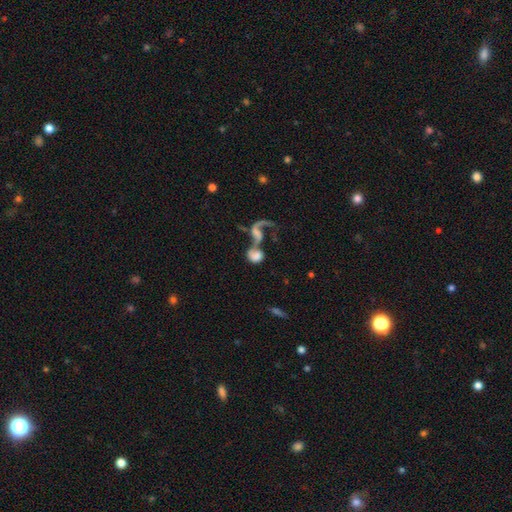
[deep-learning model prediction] featured or disk 45%, smooth 44%, star or artifact 11%. Down the decision tree: merging — merger (66%).